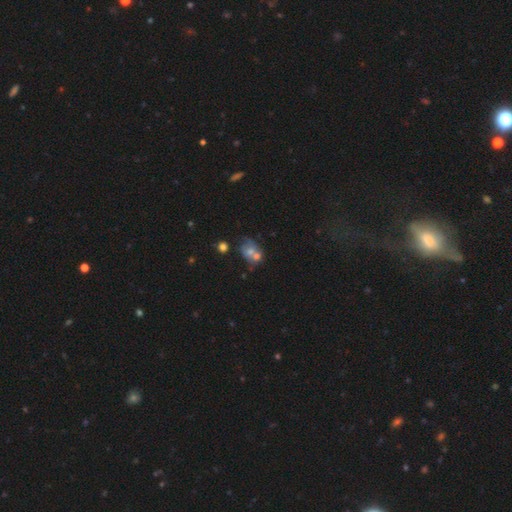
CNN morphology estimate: smooth-or-featured: smooth: 39% | star or artifact: 35% | featured or disk: 26%
  merging: none: 47% | merger: 22% | minor disturbance: 16% | major disturbance: 14%